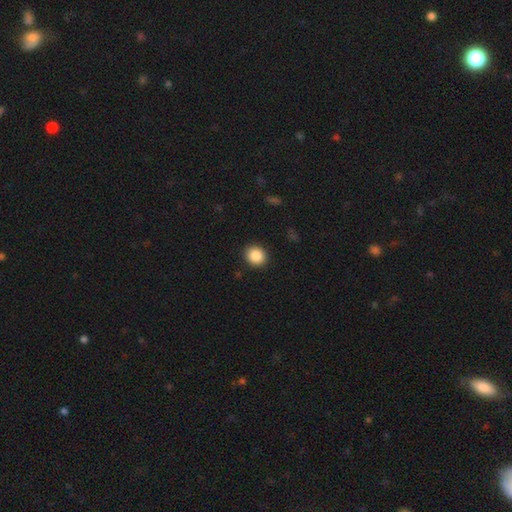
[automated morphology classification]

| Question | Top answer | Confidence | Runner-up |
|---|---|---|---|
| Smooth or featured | smooth | 88% | star or artifact (8%) |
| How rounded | round | 78% | in between (21%) |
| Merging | none | 91% | minor disturbance (6%) |